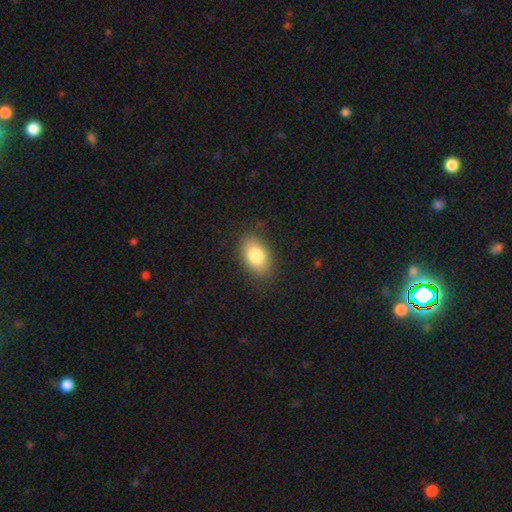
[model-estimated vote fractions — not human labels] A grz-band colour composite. It shows a smooth galaxy with no disk features (82%) that is in between round and cigar-shaped (90%). Merging: none (85%).